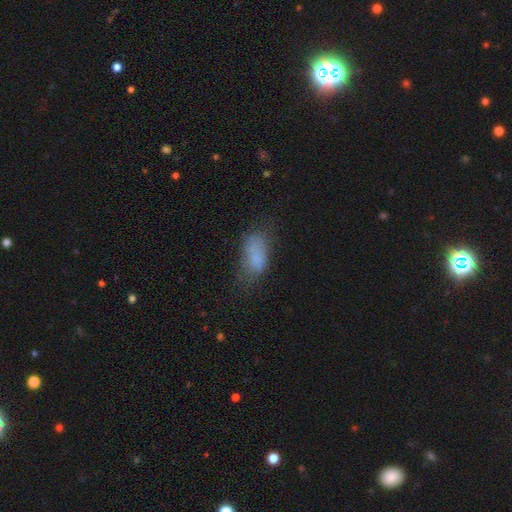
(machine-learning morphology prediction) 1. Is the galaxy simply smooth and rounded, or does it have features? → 72% smooth, 16% featured or disk, 12% star or artifact.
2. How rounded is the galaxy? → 88% in between, 8% cigar-shaped, 4% round.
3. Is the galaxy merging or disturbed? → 43% none, 30% minor disturbance, 24% major disturbance, 4% merger.